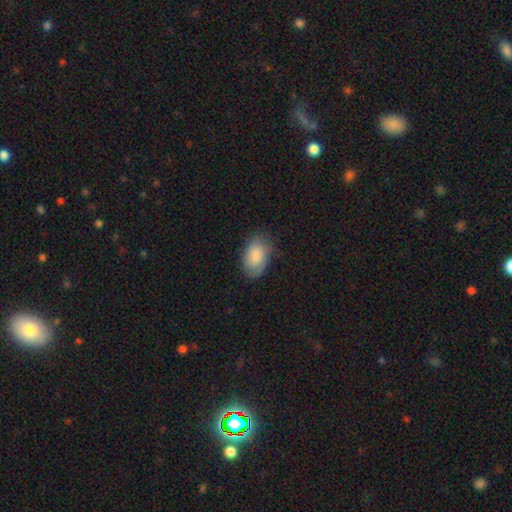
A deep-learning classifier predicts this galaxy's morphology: Q: Smooth or featured?
A: smooth (81%); runner-up: featured or disk (13%)
Q: How rounded?
A: in between (90%); runner-up: round (9%)
Q: Merging?
A: none (68%); runner-up: minor disturbance (24%)